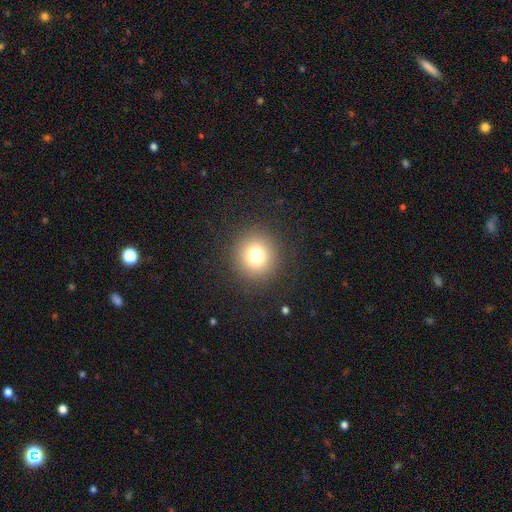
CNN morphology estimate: smooth 76%, star or artifact 15%, featured or disk 9%. Down the decision tree: how rounded — round (94%); merging — none (91%).